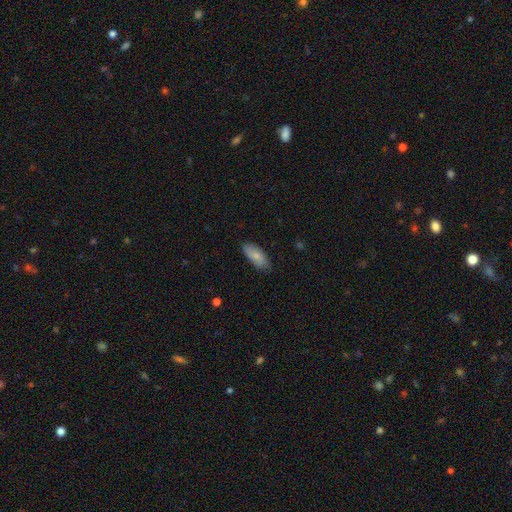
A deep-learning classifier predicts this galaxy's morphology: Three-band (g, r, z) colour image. It shows a smooth galaxy with no disk features (78%) that is in between round and cigar-shaped (88%). Merging: none (80%).